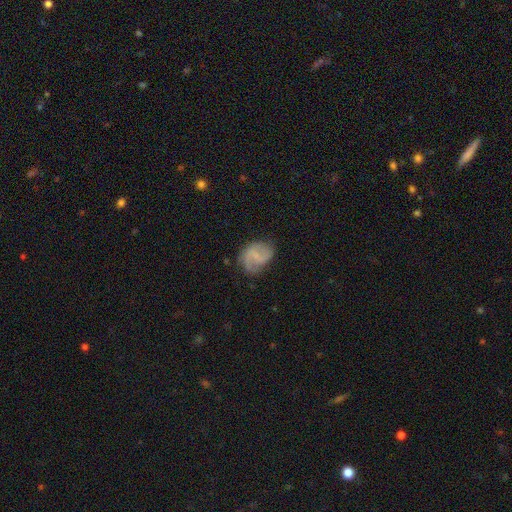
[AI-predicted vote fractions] Smooth or featured? featured or disk (61%)
Edge-on disk? no (98%)
Bar? weak (50%)
Spiral arms? yes (86%)
Spiral winding? medium (42%)
Spiral arm count? 2 (78%)
Bulge size? none (49%)
Merging? none (63%)